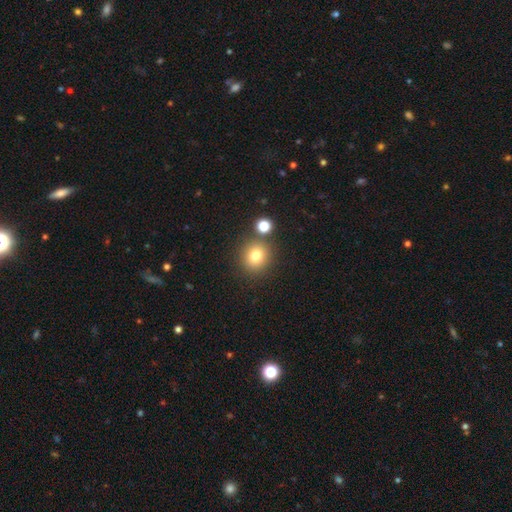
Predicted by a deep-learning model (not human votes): Smooth or featured: smooth — 78% (star or artifact — 13%)
How rounded: round — 87% (in between — 12%)
Merging: none — 78% (merger — 11%)